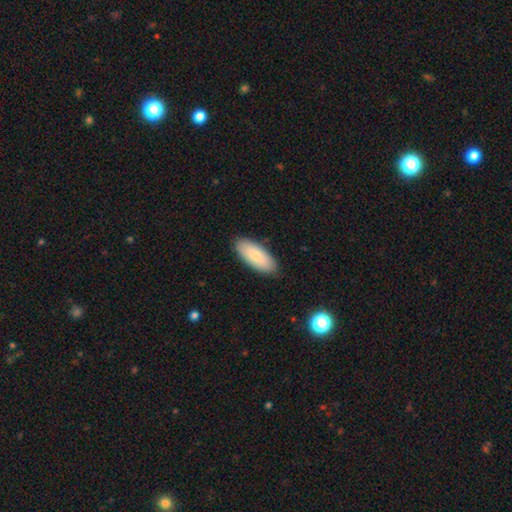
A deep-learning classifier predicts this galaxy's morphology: smooth 83%, featured or disk 11%, star or artifact 6%. Down the decision tree: how rounded — in between (84%); merging — none (88%).